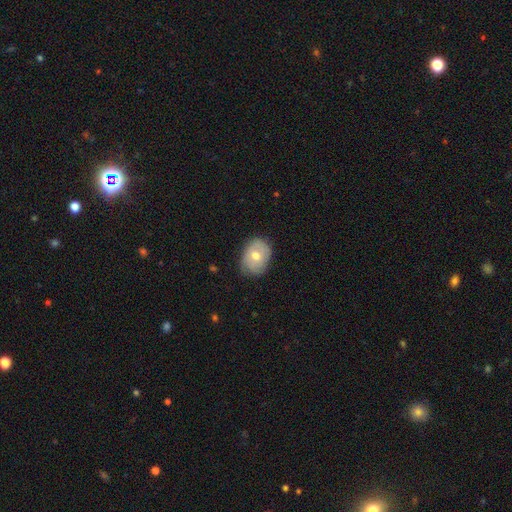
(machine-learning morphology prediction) Smooth or featured? Predicted: smooth (p=0.61). How rounded? Predicted: in between (p=0.62). Merging? Predicted: none (p=0.68).